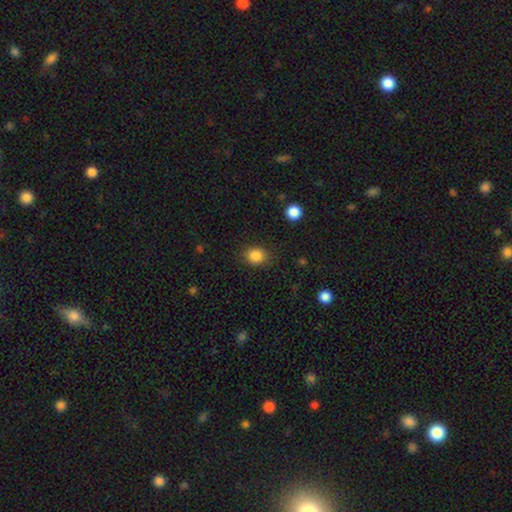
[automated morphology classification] Smooth or featured: smooth — 86% (star or artifact — 10%)
How rounded: round — 65% (in between — 34%)
Merging: none — 84% (minor disturbance — 11%)